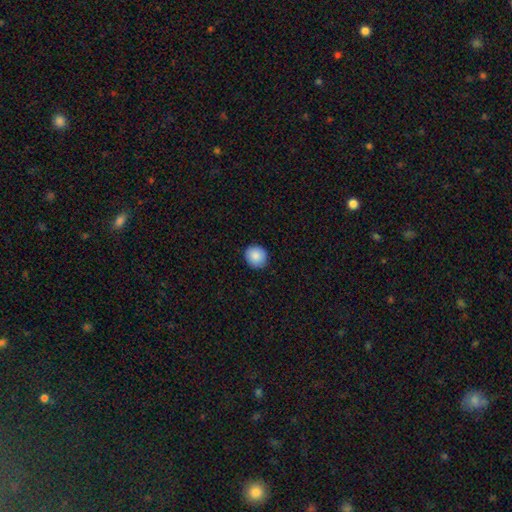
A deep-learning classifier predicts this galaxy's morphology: smooth_or_featured: smooth (p=0.88) [alt: star or artifact p=0.08]
how_rounded: round (p=0.89) [alt: in between p=0.10]
merging: none (p=0.90) [alt: minor disturbance p=0.07]